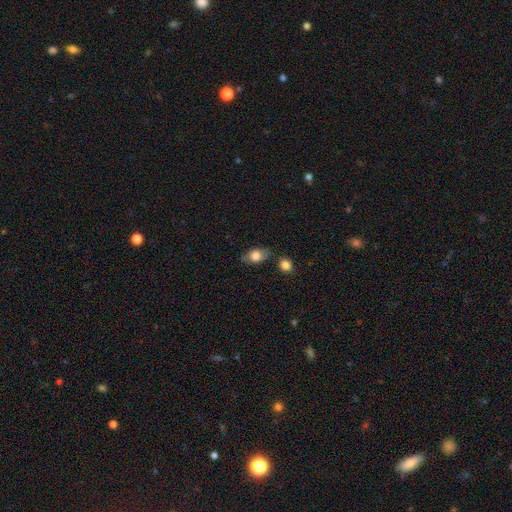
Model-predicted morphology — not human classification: smooth_or_featured: smooth (p=0.70) [alt: featured or disk p=0.23]
how_rounded: in between (p=0.82) [alt: round p=0.14]
merging: none (p=0.71) [alt: minor disturbance p=0.18]